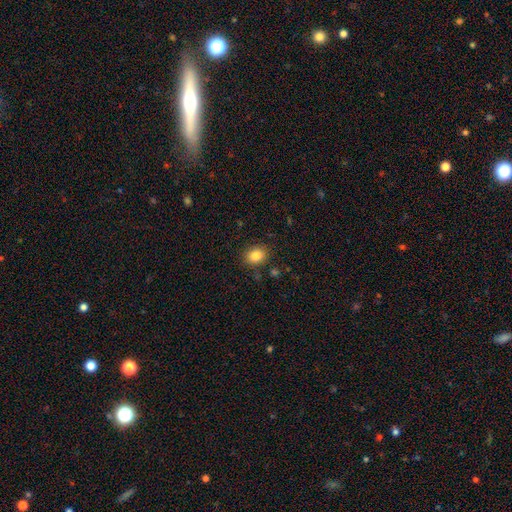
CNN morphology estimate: The model was most divided on "how rounded": round: 53%, in between: 46%, cigar-shaped: 1%. More confident: merging — none (86%); smooth or featured — smooth (84%).